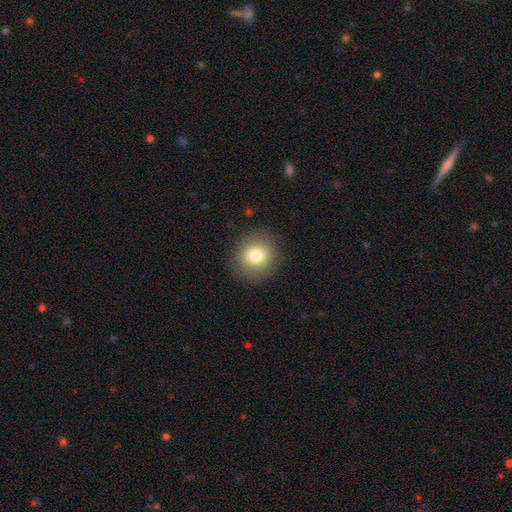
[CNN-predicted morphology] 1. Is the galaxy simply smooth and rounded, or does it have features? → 79% smooth, 11% featured or disk, 10% star or artifact.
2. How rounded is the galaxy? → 85% round, 15% in between, 1% cigar-shaped.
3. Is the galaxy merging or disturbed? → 88% none, 8% minor disturbance, 3% major disturbance, 1% merger.